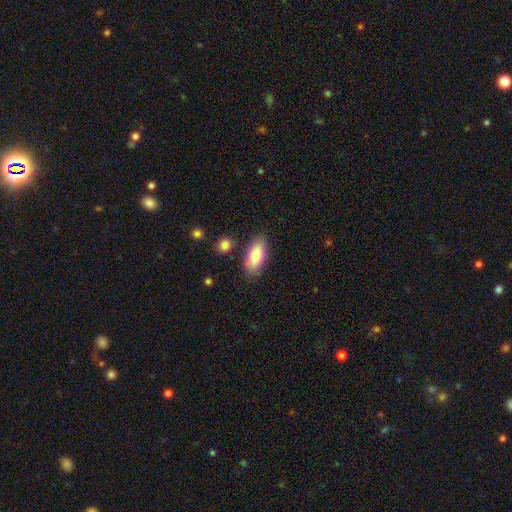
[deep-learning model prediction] smooth-or-featured: smooth: 80% | featured or disk: 14% | star or artifact: 6%
  how-rounded: in between: 86% | cigar-shaped: 11% | round: 3%
  merging: none: 80% | minor disturbance: 13% | merger: 4% | major disturbance: 3%